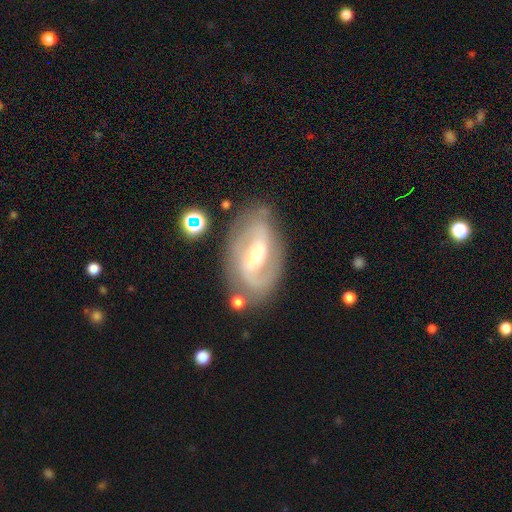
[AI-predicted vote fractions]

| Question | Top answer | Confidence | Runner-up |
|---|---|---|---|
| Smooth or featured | featured or disk | 83% | smooth (11%) |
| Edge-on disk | no | 95% | yes (5%) |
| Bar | weak | 43% | strong (36%) |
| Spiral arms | yes | 90% | no (10%) |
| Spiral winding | medium | 47% | tight (31%) |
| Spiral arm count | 2 | 80% | can't tell (10%) |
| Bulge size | moderate | 52% | small (43%) |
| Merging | none | 72% | minor disturbance (17%) |